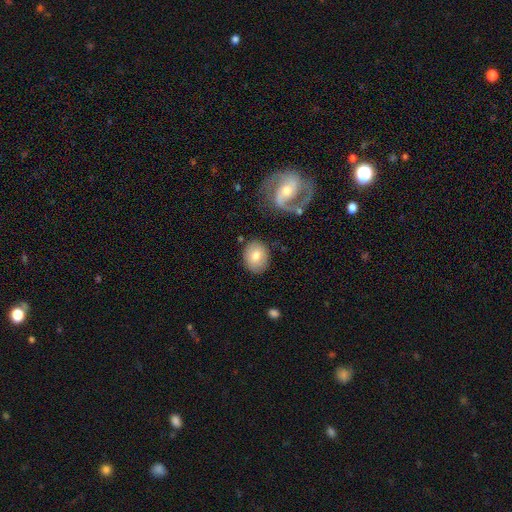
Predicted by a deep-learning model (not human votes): Smooth or featured? Predicted: smooth (p=0.75). How rounded? Predicted: in between (p=0.51). Merging? Predicted: none (p=0.82).